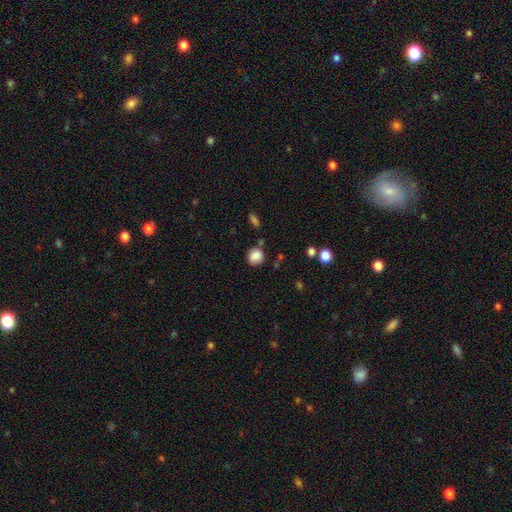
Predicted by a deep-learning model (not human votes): Smooth or featured: smooth — 86% (star or artifact — 9%)
How rounded: round — 81% (in between — 18%)
Merging: none — 77% (minor disturbance — 14%)